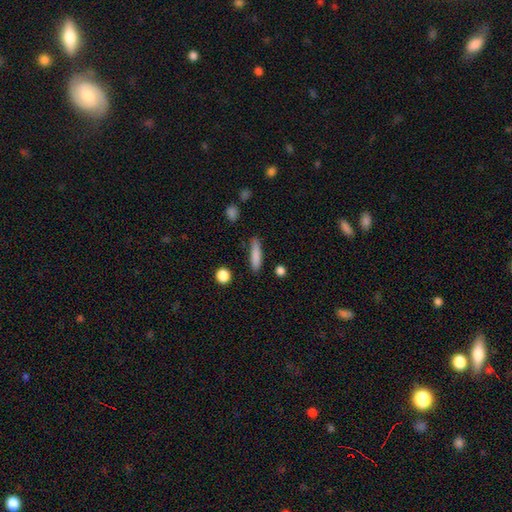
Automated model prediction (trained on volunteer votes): Smooth or featured?
  - smooth: 83% *
  - featured or disk: 10%
  - star or artifact: 7%
How rounded?
  - cigar-shaped: 79% *
  - in between: 19%
  - round: 2%
Merging?
  - none: 82% *
  - minor disturbance: 13%
  - major disturbance: 3%
  - merger: 2%